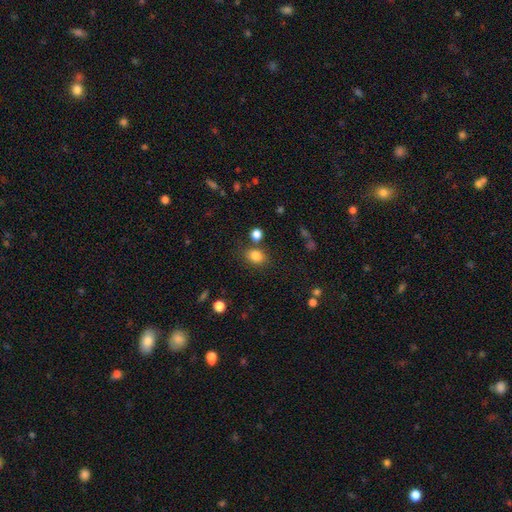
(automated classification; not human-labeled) Smooth or featured? Predicted: smooth (p=0.82). How rounded? Predicted: in between (p=0.62). Merging? Predicted: none (p=0.73).